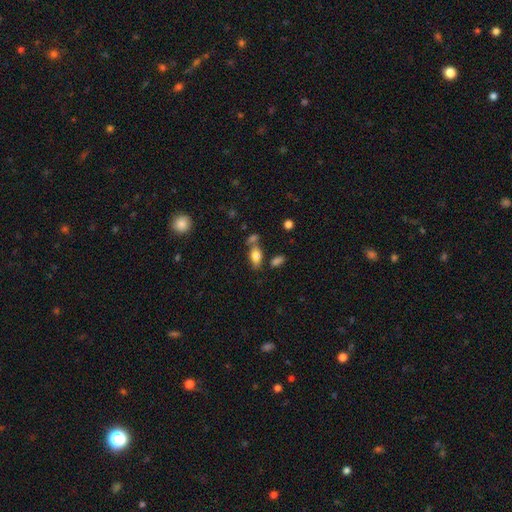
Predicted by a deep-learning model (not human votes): Morphology: type=smooth (78%); roundness=in between (88%); merging=none (59%).